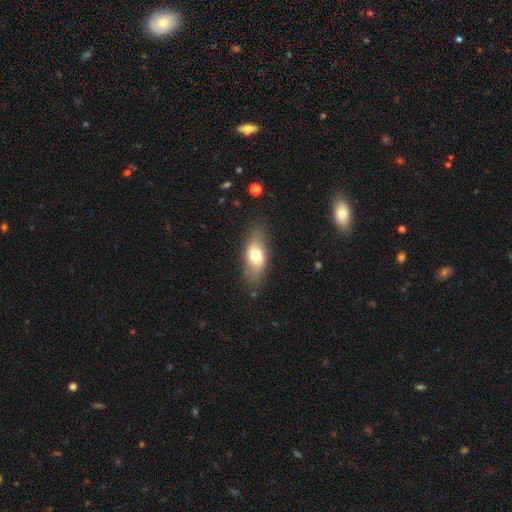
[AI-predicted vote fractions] Smooth or featured: smooth — 69% (featured or disk — 23%)
How rounded: in between — 82% (cigar-shaped — 12%)
Merging: none — 79% (minor disturbance — 15%)